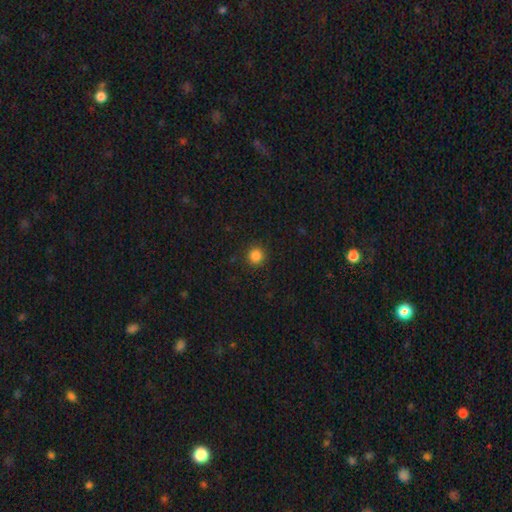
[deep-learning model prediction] Q: Smooth or featured?
A: smooth (85%); runner-up: star or artifact (12%)
Q: How rounded?
A: round (95%); runner-up: in between (4%)
Q: Merging?
A: none (92%); runner-up: minor disturbance (5%)